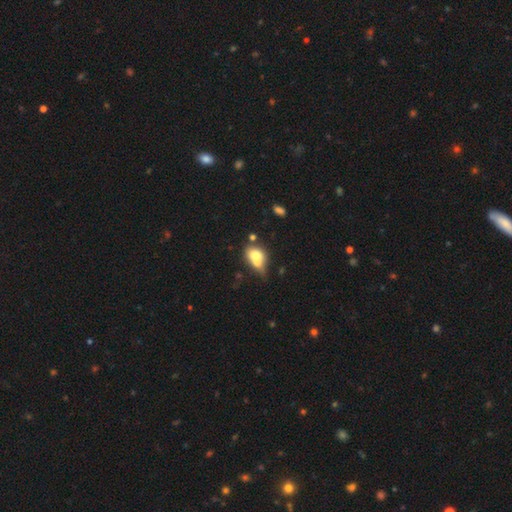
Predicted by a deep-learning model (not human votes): Q: Smooth or featured?
A: smooth (68%); runner-up: featured or disk (22%)
Q: How rounded?
A: in between (64%); runner-up: round (34%)
Q: Merging?
A: merger (55%); runner-up: none (25%)